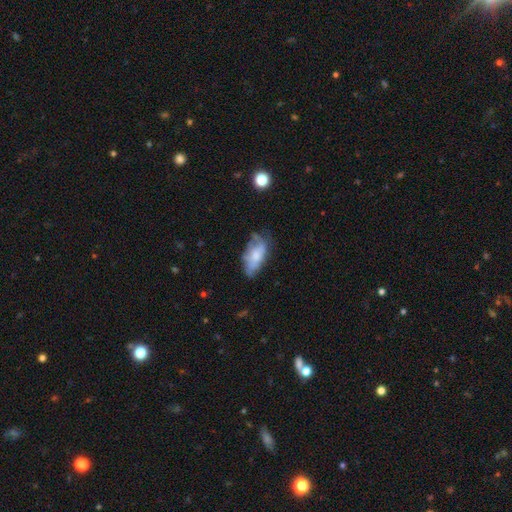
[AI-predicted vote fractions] smooth 52%, featured or disk 40%, star or artifact 8%. Down the decision tree: how rounded — in between (90%); merging — none (44%).